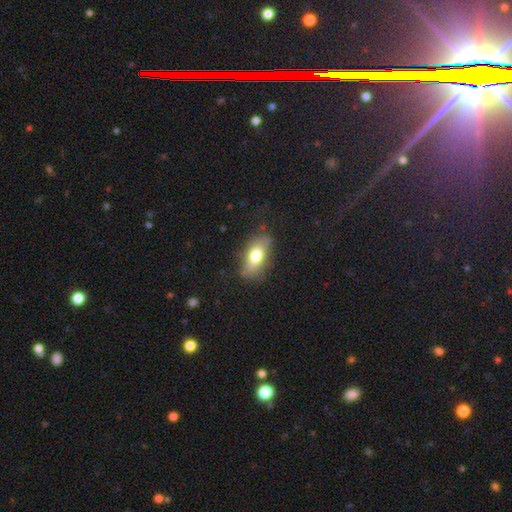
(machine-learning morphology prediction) Smooth or featured? smooth (70%)
How rounded? in between (83%)
Merging? none (75%)